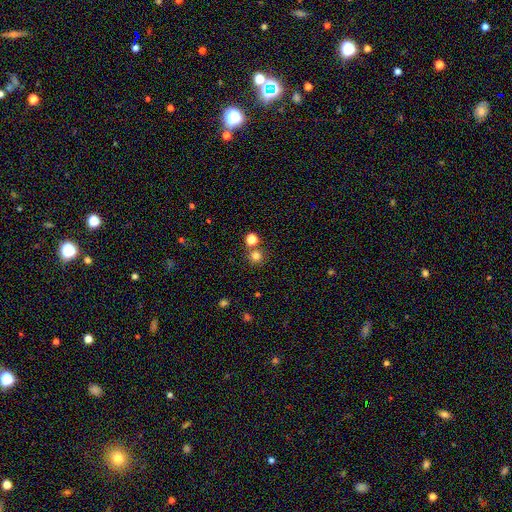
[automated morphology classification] Smooth or featured?
  - smooth: 77% *
  - star or artifact: 17%
  - featured or disk: 6%
How rounded?
  - round: 92% *
  - in between: 7%
  - cigar-shaped: 1%
Merging?
  - none: 72% *
  - merger: 17%
  - minor disturbance: 7%
  - major disturbance: 3%